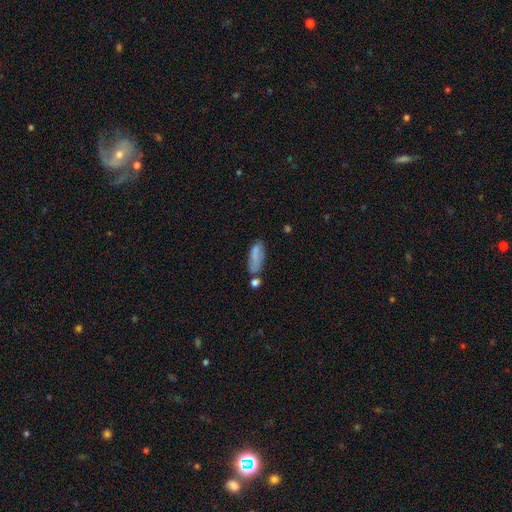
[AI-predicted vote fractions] smooth-or-featured: smooth: 74% | featured or disk: 18% | star or artifact: 8%
  how-rounded: in between: 66% | cigar-shaped: 31% | round: 2%
  merging: none: 50% | minor disturbance: 24% | merger: 17% | major disturbance: 9%